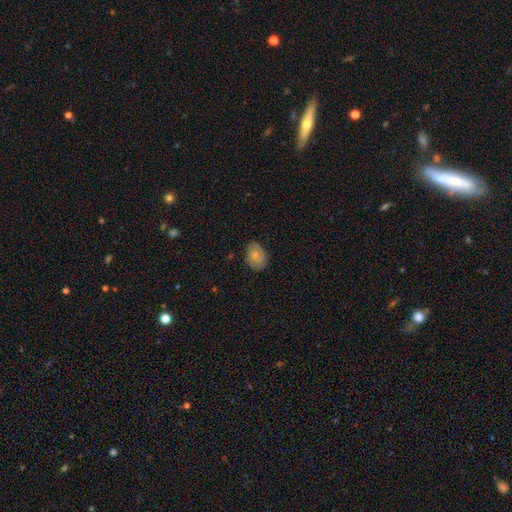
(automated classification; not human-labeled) smooth-or-featured: smooth: 66% | featured or disk: 27% | star or artifact: 7%
  how-rounded: in between: 76% | round: 23% | cigar-shaped: 1%
  merging: none: 76% | minor disturbance: 19% | major disturbance: 4% | merger: 1%